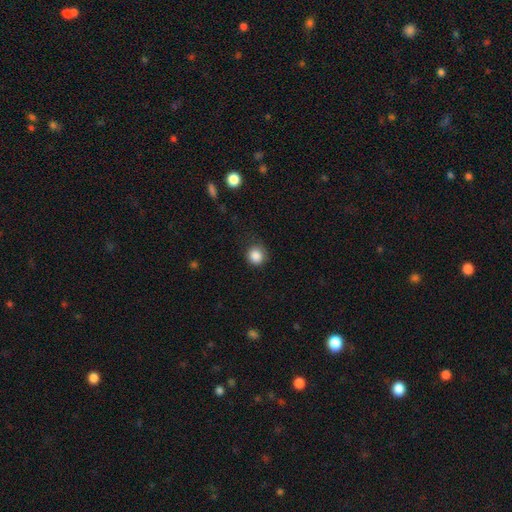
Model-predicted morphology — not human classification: The model was most divided on "merging": none: 76%, minor disturbance: 18%, major disturbance: 5%, merger: 1%. More confident: how rounded — round (90%); smooth or featured — smooth (86%).